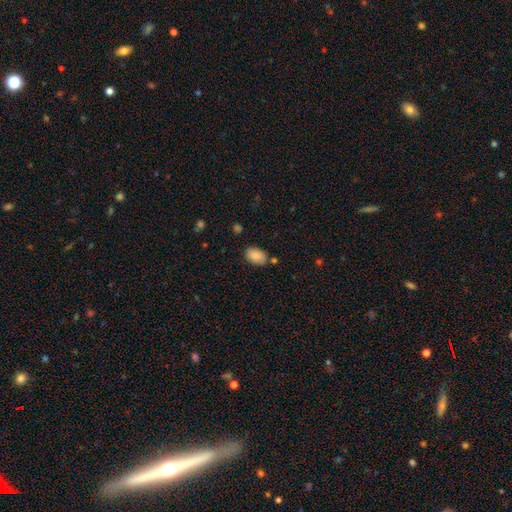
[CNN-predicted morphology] smooth 86%, star or artifact 7%, featured or disk 7%. Down the decision tree: how rounded — in between (90%); merging — none (77%).